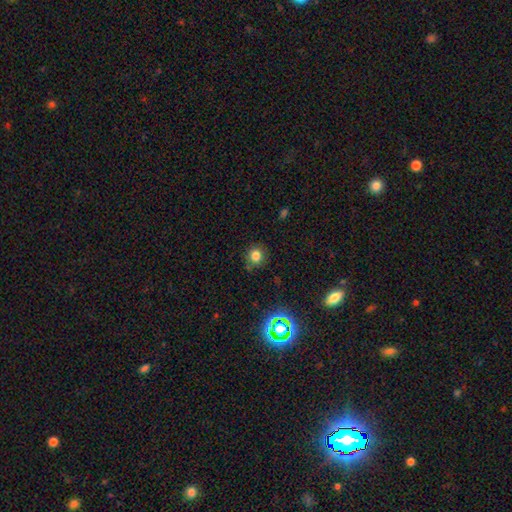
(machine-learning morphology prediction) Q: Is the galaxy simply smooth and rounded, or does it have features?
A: smooth — 78%.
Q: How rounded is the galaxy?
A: round — 87%.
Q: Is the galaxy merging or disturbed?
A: none — 83%.